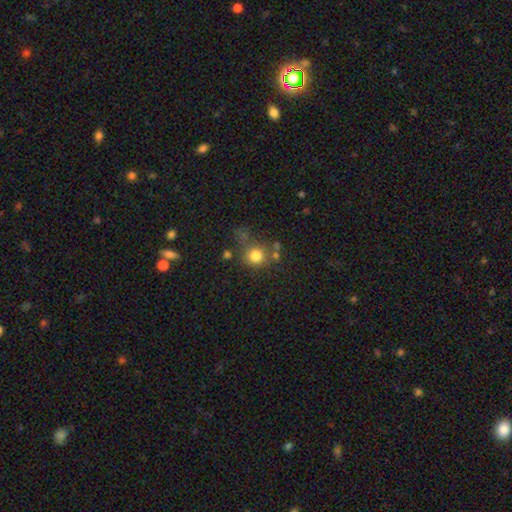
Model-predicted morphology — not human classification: Q: Smooth or featured?
A: smooth (77%); runner-up: star or artifact (13%)
Q: How rounded?
A: round (87%); runner-up: in between (12%)
Q: Merging?
A: none (56%); runner-up: minor disturbance (17%)